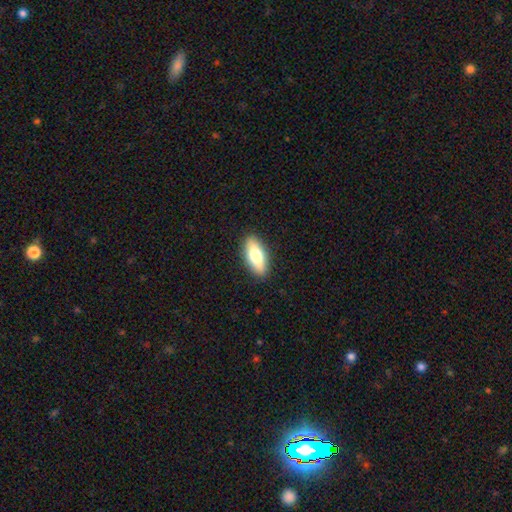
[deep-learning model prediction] A smooth galaxy with no disk features (71%) that is in between round and cigar-shaped (80%).

Vote fractions:
- Smooth or featured? smooth: 71% / featured or disk: 22% / star or artifact: 6%
- How rounded? in between: 80% / cigar-shaped: 17% / round: 3%
- Merging? none: 90% / minor disturbance: 7% / major disturbance: 2% / merger: 1%